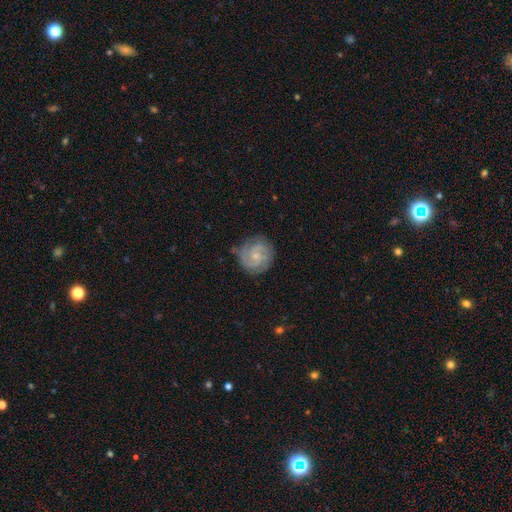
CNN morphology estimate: Smooth or featured? Predicted: featured or disk (p=0.84). Edge-on disk? Predicted: no (p=0.98). Bar? Predicted: no (p=0.64). Spiral arms? Predicted: yes (p=0.97). Spiral winding? Predicted: tight (p=0.63). Spiral arm count? Predicted: 2 (p=0.52). Bulge size? Predicted: small (p=0.72). Merging? Predicted: none (p=0.77).